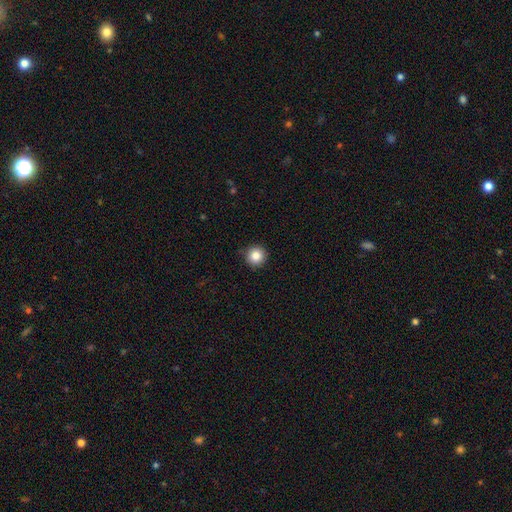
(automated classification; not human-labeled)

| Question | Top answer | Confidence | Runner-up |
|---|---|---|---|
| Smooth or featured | smooth | 85% | star or artifact (10%) |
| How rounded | round | 96% | in between (3%) |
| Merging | none | 90% | minor disturbance (7%) |